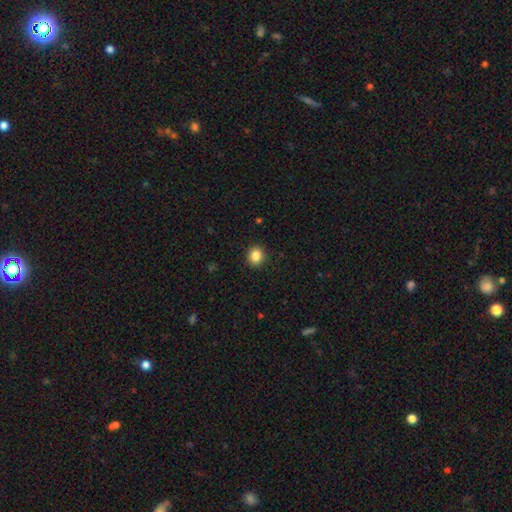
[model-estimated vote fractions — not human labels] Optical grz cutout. It shows a smooth galaxy with no disk features (86%) that is round (82%). Merging: none (92%).